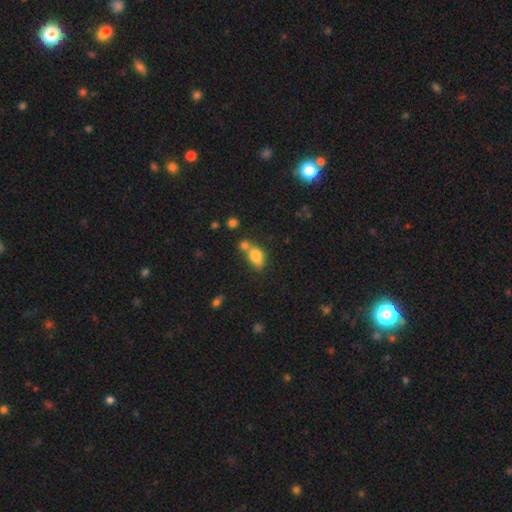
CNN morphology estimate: type=smooth (80%); roundness=in between (77%); merging=none (42%).